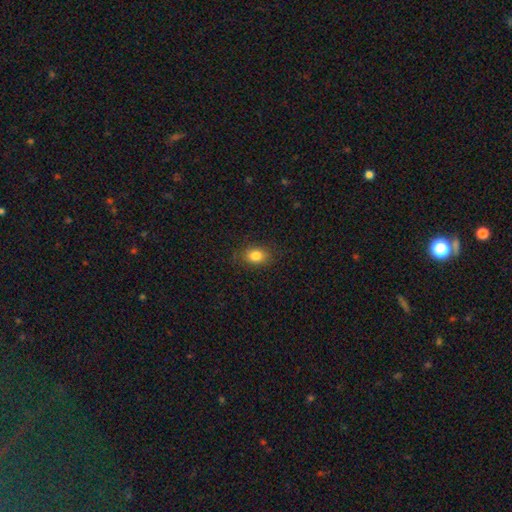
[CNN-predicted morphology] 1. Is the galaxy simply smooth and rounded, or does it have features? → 83% smooth, 10% star or artifact, 7% featured or disk.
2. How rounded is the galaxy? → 67% in between, 31% round, 1% cigar-shaped.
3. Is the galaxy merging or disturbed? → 82% none, 13% minor disturbance, 4% major disturbance, 1% merger.